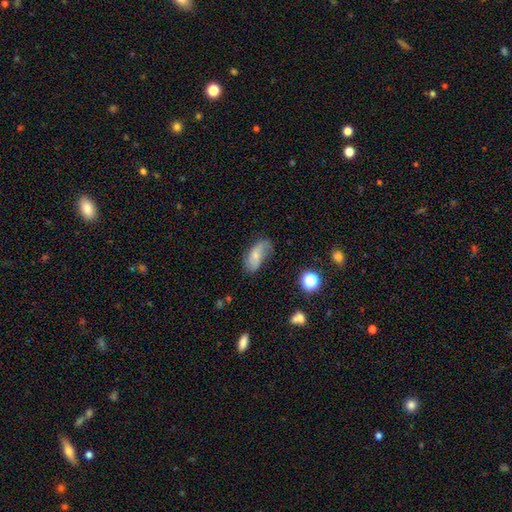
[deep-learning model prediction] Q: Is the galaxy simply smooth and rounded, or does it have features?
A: smooth — 53%.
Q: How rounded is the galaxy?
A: in between — 89%.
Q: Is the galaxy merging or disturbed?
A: none — 51%.